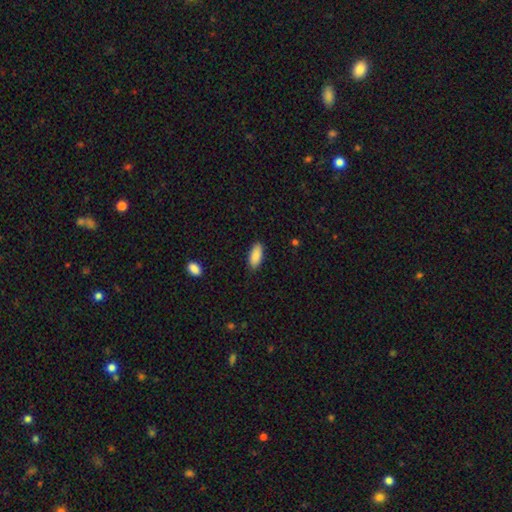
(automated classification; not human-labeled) Q: Smooth or featured?
A: smooth (89%); runner-up: star or artifact (6%)
Q: How rounded?
A: in between (85%); runner-up: cigar-shaped (13%)
Q: Merging?
A: none (86%); runner-up: minor disturbance (10%)